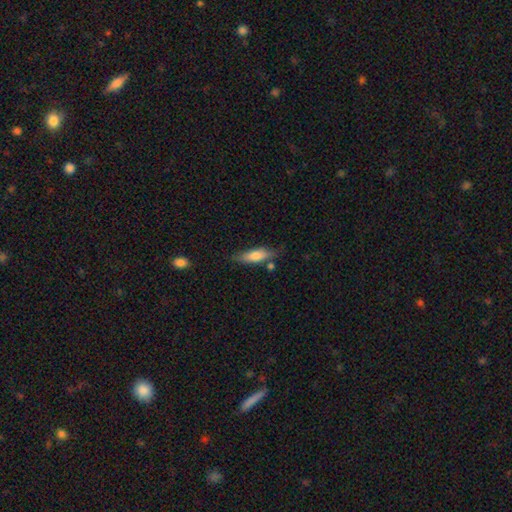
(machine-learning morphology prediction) Smooth or featured? smooth (70%)
How rounded? cigar-shaped (51%)
Merging? none (70%)